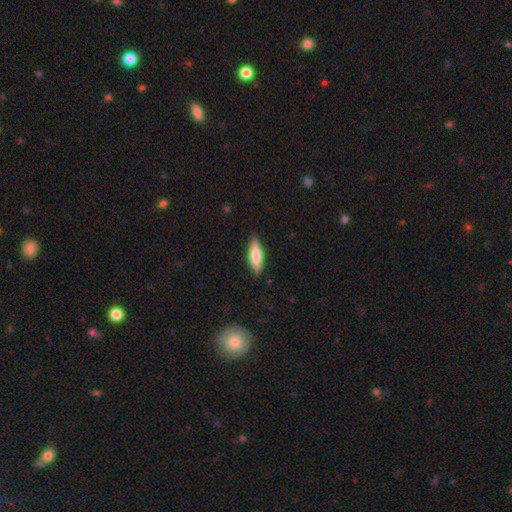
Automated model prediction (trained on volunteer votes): Smooth or featured? Predicted: smooth (p=0.79). How rounded? Predicted: in between (p=0.55). Merging? Predicted: none (p=0.87).